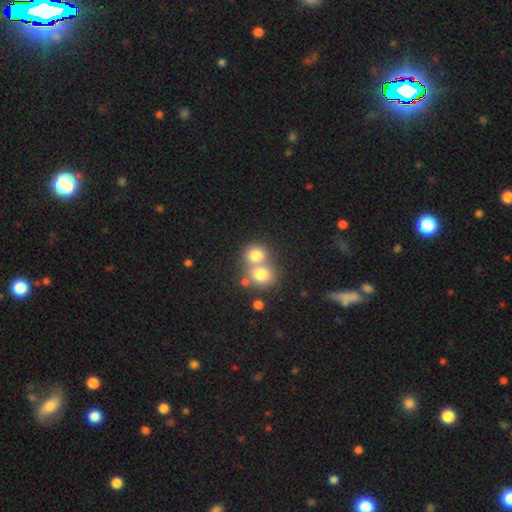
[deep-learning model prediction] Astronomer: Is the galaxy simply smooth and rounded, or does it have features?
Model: smooth — 76%.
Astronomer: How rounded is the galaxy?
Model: round — 75%.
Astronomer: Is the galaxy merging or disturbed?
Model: merger — 59%.